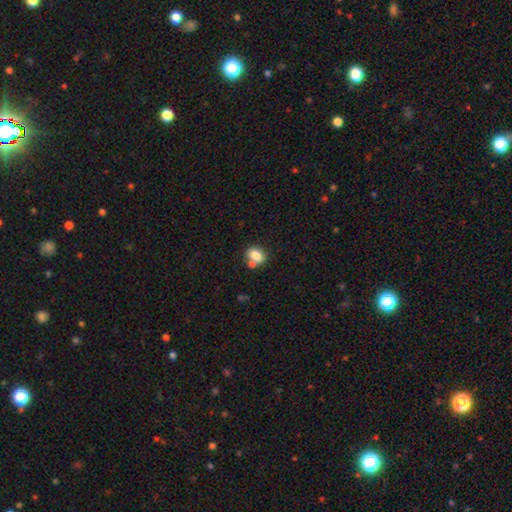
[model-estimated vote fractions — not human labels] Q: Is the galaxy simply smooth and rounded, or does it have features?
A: smooth — 79%.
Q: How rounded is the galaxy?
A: in between — 65%.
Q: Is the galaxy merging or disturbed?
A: none — 53%.